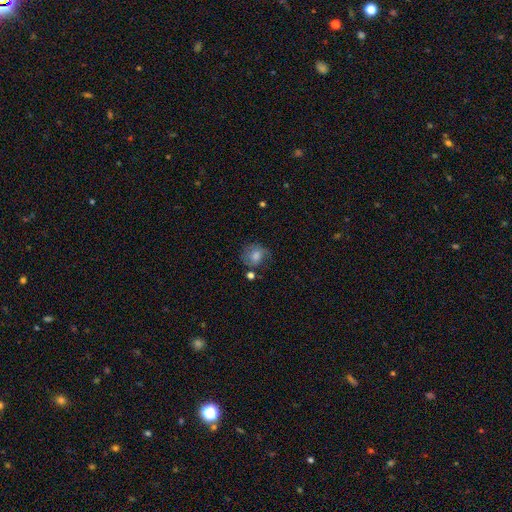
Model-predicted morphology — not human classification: A smooth galaxy with no disk features (67%) that is round (69%).

Vote fractions:
- Smooth or featured? smooth: 67% / featured or disk: 23% / star or artifact: 10%
- How rounded? round: 69% / in between: 30% / cigar-shaped: 1%
- Merging? none: 53% / minor disturbance: 26% / major disturbance: 15% / merger: 7%